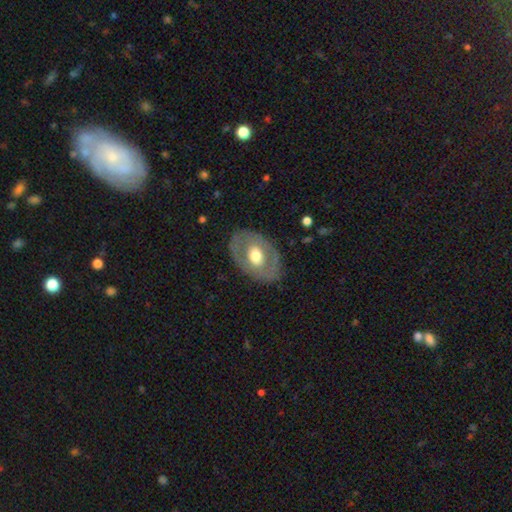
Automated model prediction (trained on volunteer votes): Smooth or featured: featured or disk — 51% (smooth — 44%)
Edge-on disk: no — 92% (yes — 8%)
Merging: none — 79% (minor disturbance — 13%)